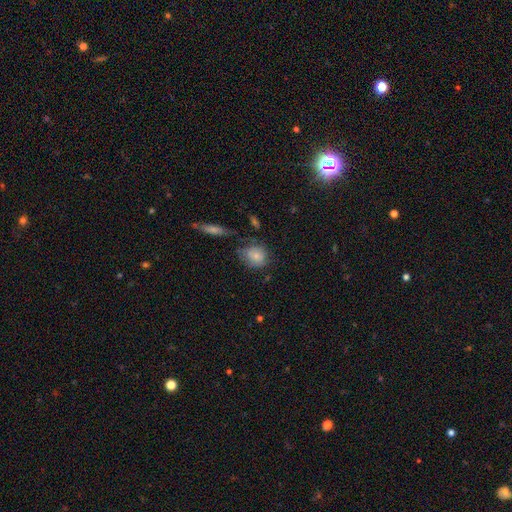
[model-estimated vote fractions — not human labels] Overall: smooth (74%). How rounded: round (67%; in between 31%). Merging: none (56%; minor disturbance 24%).